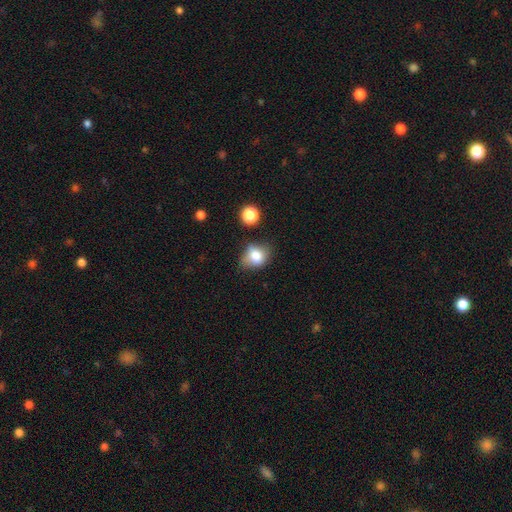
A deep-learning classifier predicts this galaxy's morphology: smooth_or_featured: smooth (p=0.76) [alt: featured or disk p=0.14]
how_rounded: in between (p=0.51) [alt: round p=0.48]
merging: none (p=0.54) [alt: minor disturbance p=0.29]